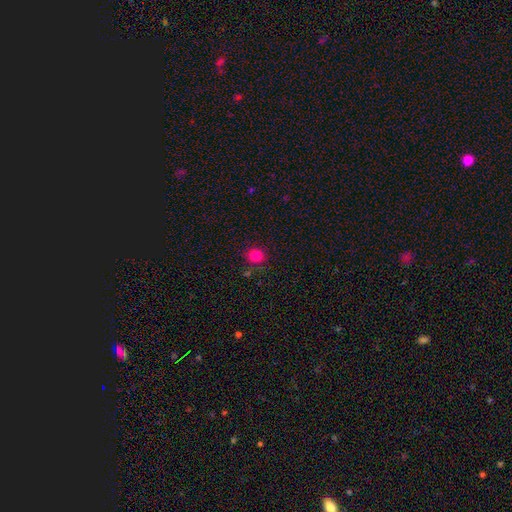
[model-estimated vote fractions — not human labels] smooth-or-featured: smooth: 82% | star or artifact: 13% | featured or disk: 5%
  how-rounded: round: 84% | in between: 15% | cigar-shaped: 1%
  merging: none: 84% | minor disturbance: 9% | merger: 4% | major disturbance: 3%